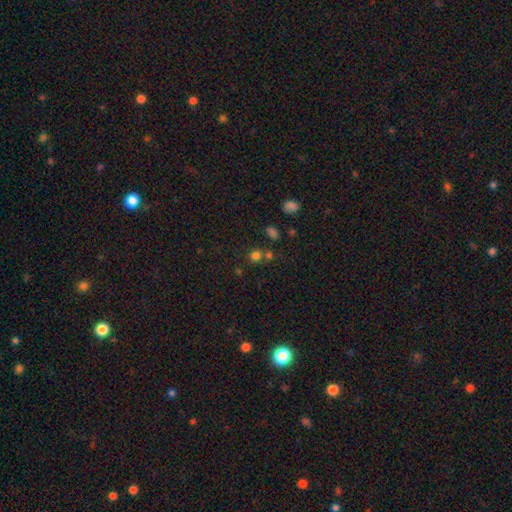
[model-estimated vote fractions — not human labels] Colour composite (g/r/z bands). It shows a smooth galaxy with no disk features (72%) that is round (81%). Merging: none (62%).